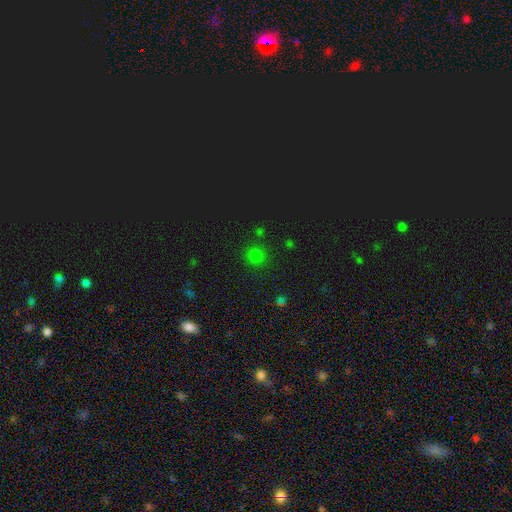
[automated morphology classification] Smooth or featured: smooth — 71% (star or artifact — 25%)
How rounded: round — 92% (in between — 7%)
Merging: none — 87% (minor disturbance — 8%)